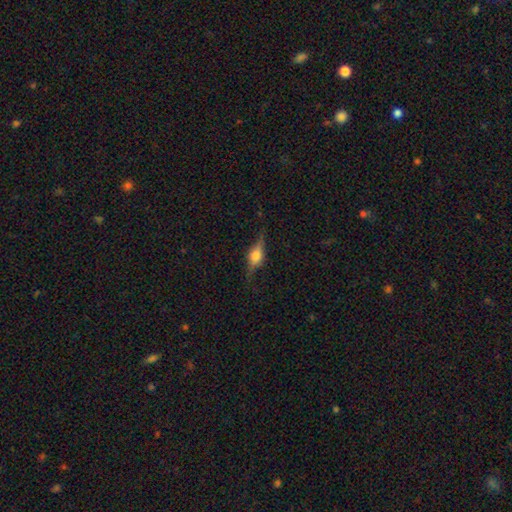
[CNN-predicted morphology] Smooth or featured?
  - featured or disk: 65% *
  - smooth: 27%
  - star or artifact: 9%
Edge-on disk?
  - yes: 95% *
  - no: 5%
Edge-on bulge?
  - rounded: 91% *
  - boxy: 7%
  - none: 1%
Merging?
  - none: 81% *
  - minor disturbance: 14%
  - major disturbance: 4%
  - merger: 1%